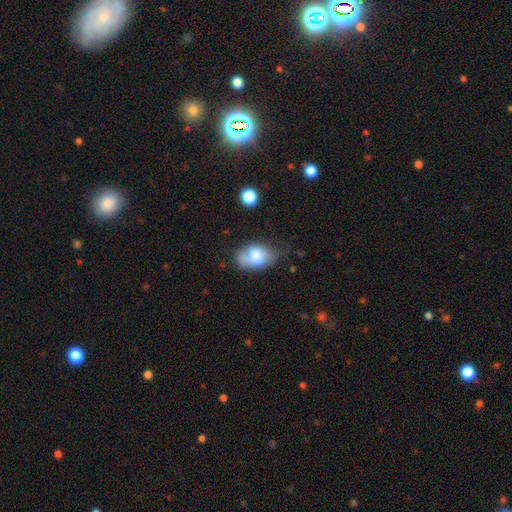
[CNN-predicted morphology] smooth-or-featured: smooth: 68% | featured or disk: 24% | star or artifact: 8%
  how-rounded: in between: 88% | round: 11% | cigar-shaped: 1%
  merging: none: 43% | minor disturbance: 32% | major disturbance: 14% | merger: 10%